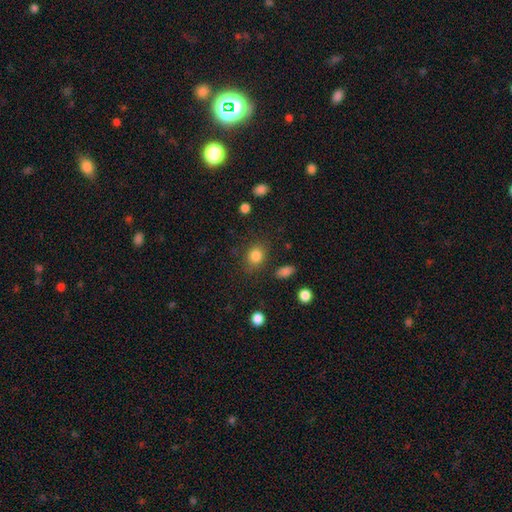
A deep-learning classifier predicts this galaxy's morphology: This is clearly a smooth galaxy (84%). How rounded: possibly round (57%). Merging: clearly none (81%).